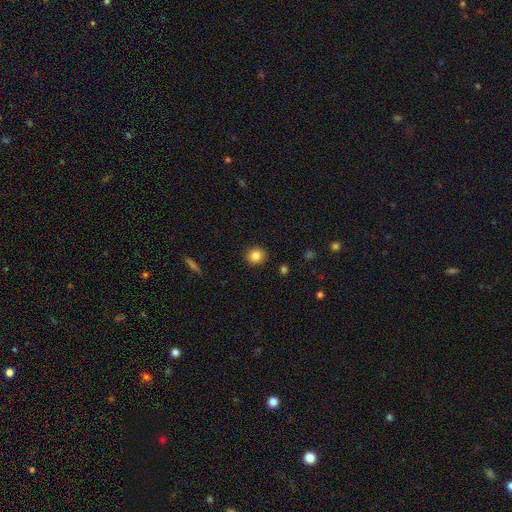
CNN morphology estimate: smooth 84%, star or artifact 10%, featured or disk 6%. Down the decision tree: how rounded — round (82%); merging — none (91%).